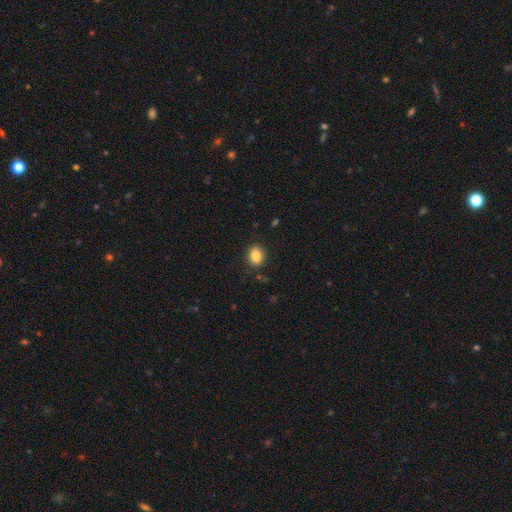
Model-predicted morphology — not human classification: Smooth or featured: smooth — 85% (star or artifact — 9%)
How rounded: in between — 55% (round — 44%)
Merging: none — 87% (minor disturbance — 9%)